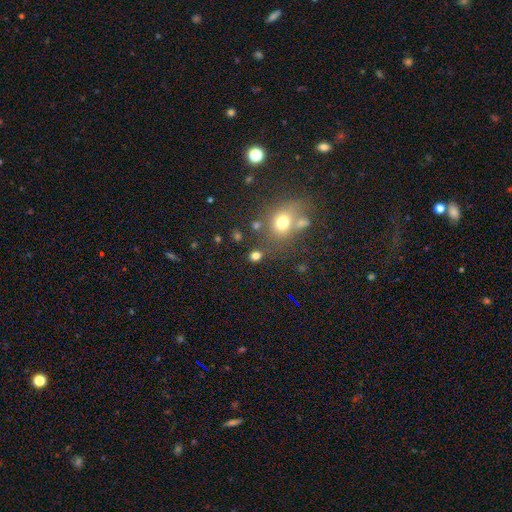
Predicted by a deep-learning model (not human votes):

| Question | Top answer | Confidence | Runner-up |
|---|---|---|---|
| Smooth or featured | smooth | 73% | star or artifact (19%) |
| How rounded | round | 64% | in between (34%) |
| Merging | none | 73% | merger (11%) |